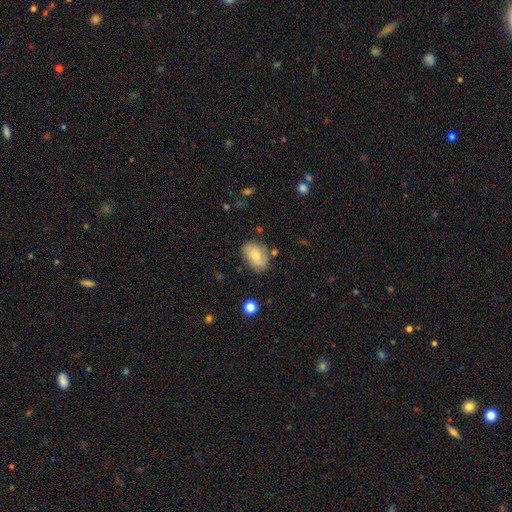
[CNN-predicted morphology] type=smooth (65%); roundness=in between (87%); merging=none (74%).